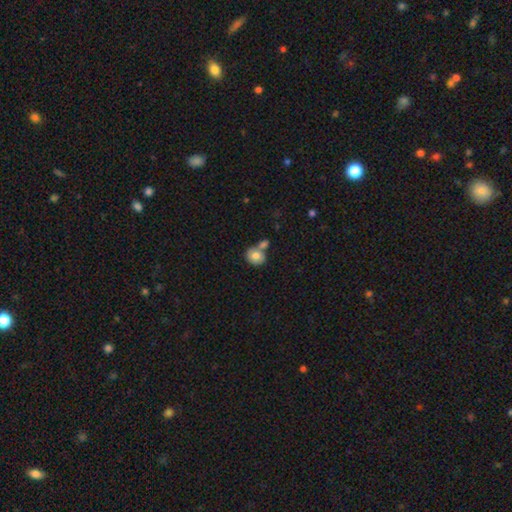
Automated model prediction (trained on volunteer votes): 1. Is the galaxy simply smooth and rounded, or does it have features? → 78% smooth, 14% featured or disk, 8% star or artifact.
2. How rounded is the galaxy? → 59% round, 40% in between, 1% cigar-shaped.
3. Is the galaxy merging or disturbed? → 48% none, 37% merger, 12% minor disturbance, 4% major disturbance.